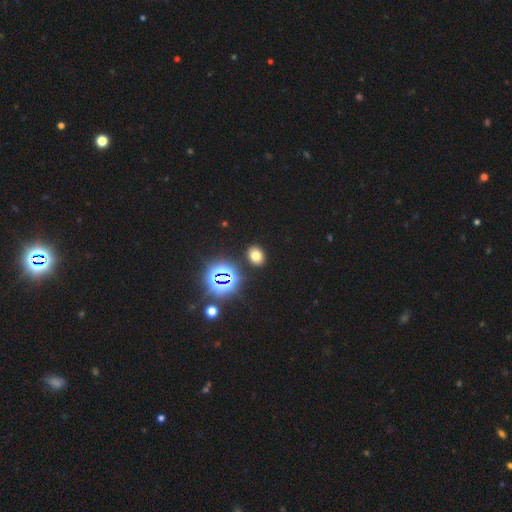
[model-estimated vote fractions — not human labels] Smooth or featured?
  - smooth: 67% *
  - star or artifact: 24%
  - featured or disk: 9%
How rounded?
  - in between: 62% *
  - round: 37%
  - cigar-shaped: 1%
Merging?
  - none: 89% *
  - minor disturbance: 7%
  - major disturbance: 2%
  - merger: 2%